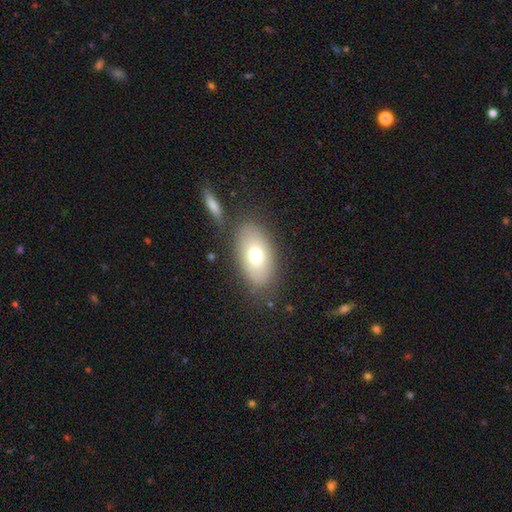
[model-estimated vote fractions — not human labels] A smooth galaxy with no disk features (70%) that is in between round and cigar-shaped (88%).

Vote fractions:
- Smooth or featured? smooth: 70% / featured or disk: 20% / star or artifact: 10%
- How rounded? in between: 88% / round: 10% / cigar-shaped: 2%
- Merging? none: 77% / minor disturbance: 12% / major disturbance: 5% / merger: 5%